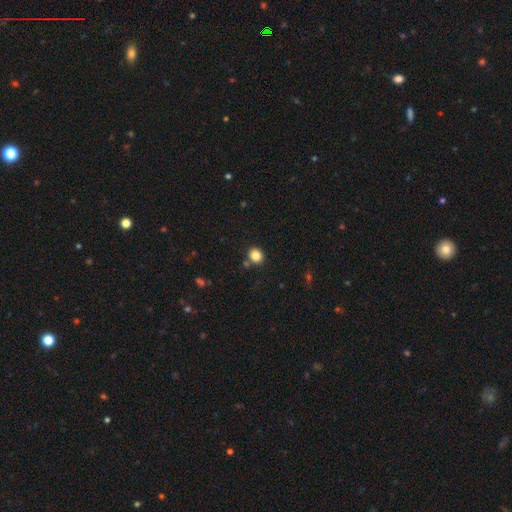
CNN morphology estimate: type=smooth (84%); roundness=round (79%); merging=none (81%).